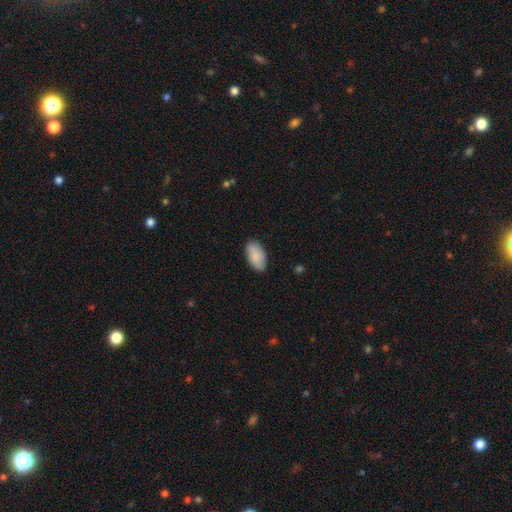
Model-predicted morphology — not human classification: Smooth or featured? smooth (86%)
How rounded? in between (95%)
Merging? none (86%)